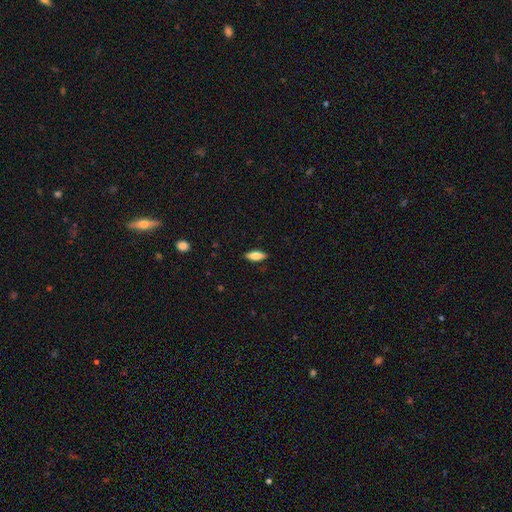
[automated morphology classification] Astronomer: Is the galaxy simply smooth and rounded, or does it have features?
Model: smooth — 76%.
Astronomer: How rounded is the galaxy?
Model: in between — 71%.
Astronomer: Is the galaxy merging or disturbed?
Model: none — 88%.